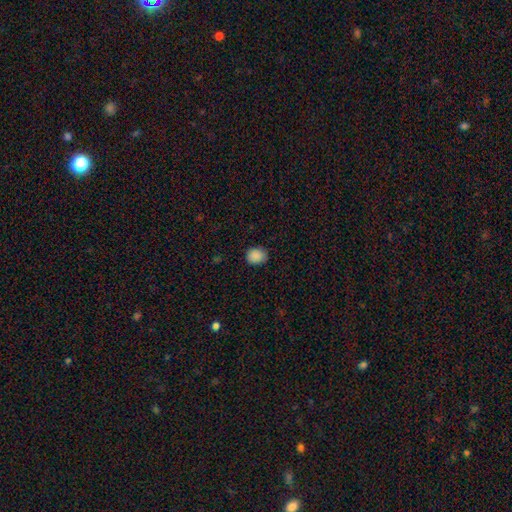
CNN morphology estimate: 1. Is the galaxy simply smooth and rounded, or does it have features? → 89% smooth, 9% star or artifact, 3% featured or disk.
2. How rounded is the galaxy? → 63% round, 37% in between, 1% cigar-shaped.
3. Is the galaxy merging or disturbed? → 83% none, 13% minor disturbance, 3% major disturbance, 1% merger.